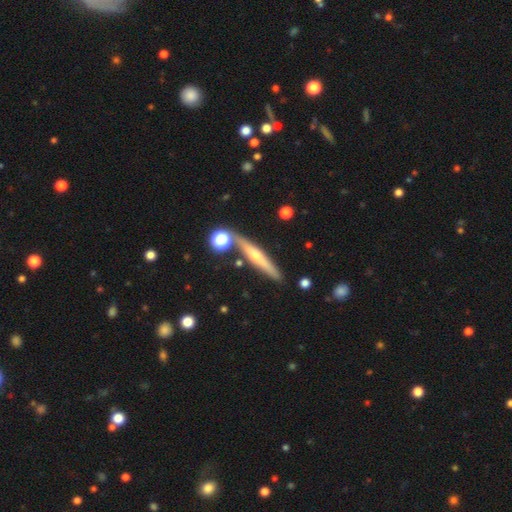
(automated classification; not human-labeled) Smooth or featured? Predicted: featured or disk (p=0.58). Edge-on disk? Predicted: yes (p=0.95). Edge-on bulge? Predicted: rounded (p=0.78). Merging? Predicted: none (p=0.78).